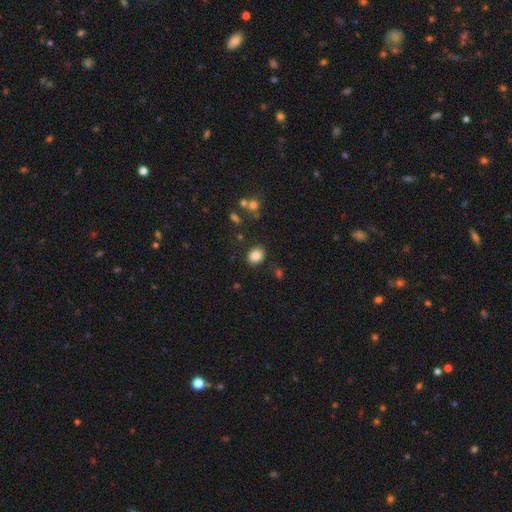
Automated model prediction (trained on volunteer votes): This appears to be a smooth galaxy with no disk features (82%) that is round (50%). Merging: none (86%).